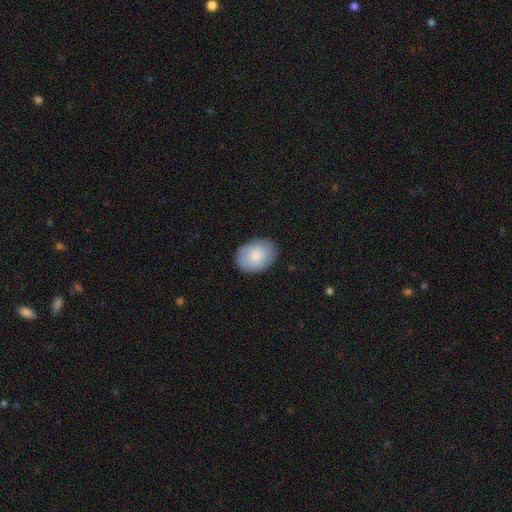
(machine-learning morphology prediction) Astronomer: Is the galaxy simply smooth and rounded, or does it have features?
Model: smooth — 81%.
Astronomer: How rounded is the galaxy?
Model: in between — 70%.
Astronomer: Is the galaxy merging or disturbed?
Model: none — 84%.